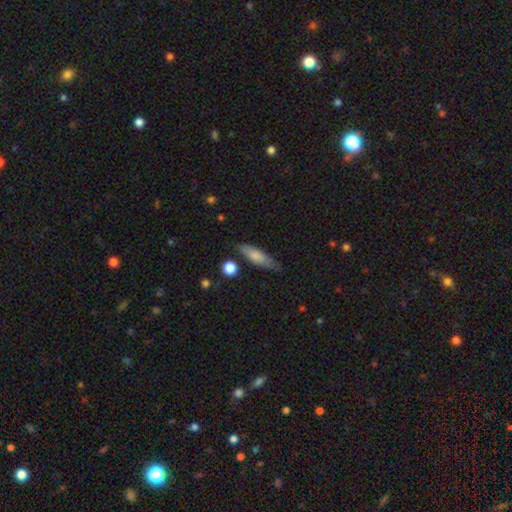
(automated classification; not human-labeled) The model was most divided on "how rounded": cigar-shaped: 61%, in between: 36%, round: 2%. More confident: smooth or featured — smooth (74%); merging — none (69%).